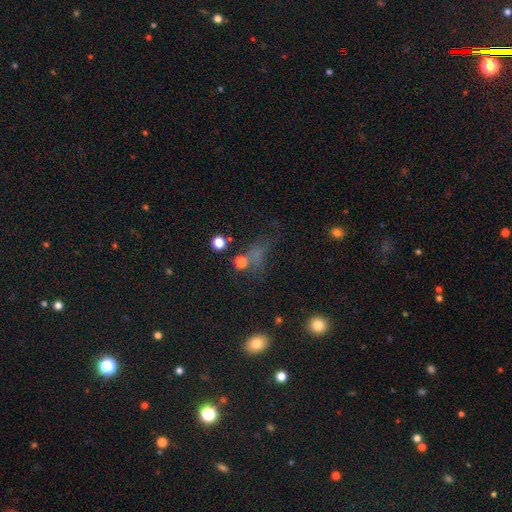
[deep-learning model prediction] Smooth or featured: smooth — 53% (star or artifact — 30%)
How rounded: in between — 55% (round — 34%)
Merging: none — 42% (major disturbance — 30%)